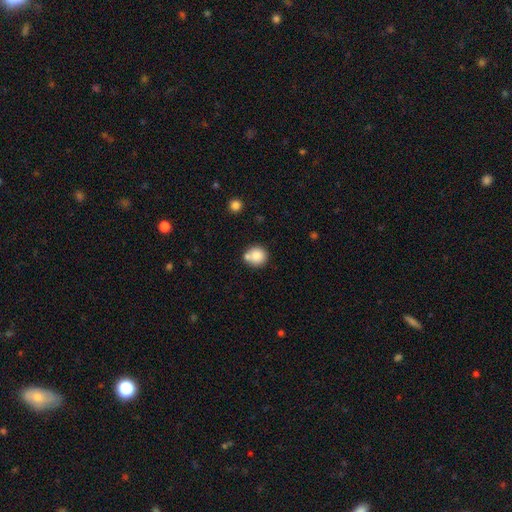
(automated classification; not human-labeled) A smooth galaxy with no disk features (82%) that is round (90%). Merging: none (63%).